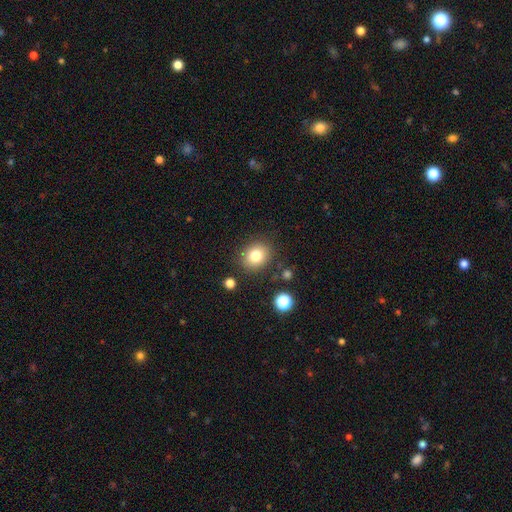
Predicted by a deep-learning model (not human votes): smooth-or-featured: smooth: 81% | star or artifact: 11% | featured or disk: 8%
  how-rounded: round: 67% | in between: 32% | cigar-shaped: 1%
  merging: none: 84% | minor disturbance: 10% | major disturbance: 3% | merger: 3%